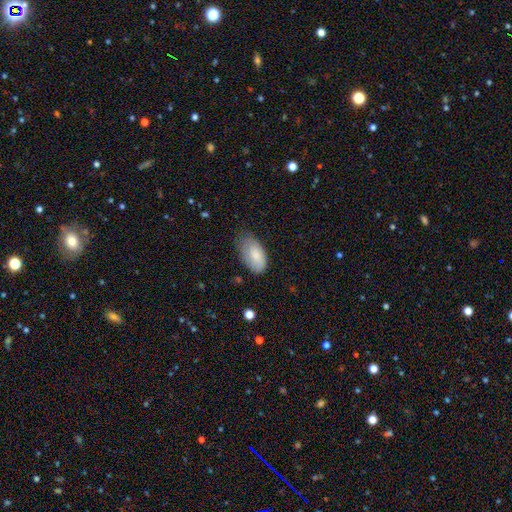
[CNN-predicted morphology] smooth_or_featured: smooth (p=0.81) [alt: featured or disk p=0.13]
how_rounded: in between (p=0.95) [alt: round p=0.03]
merging: none (p=0.55) [alt: minor disturbance p=0.35]